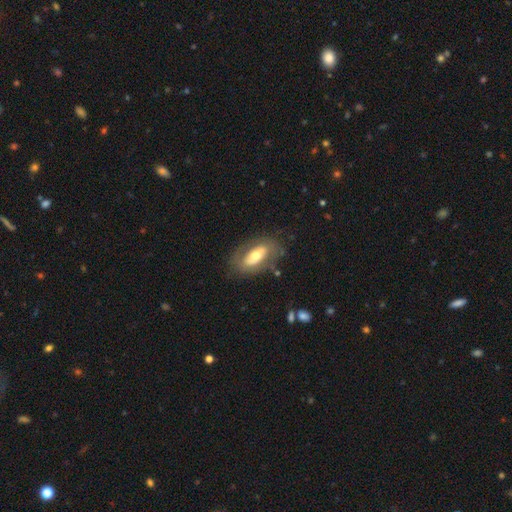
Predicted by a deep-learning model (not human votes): A featured or disk galaxy (49%). Merging: none (74%).